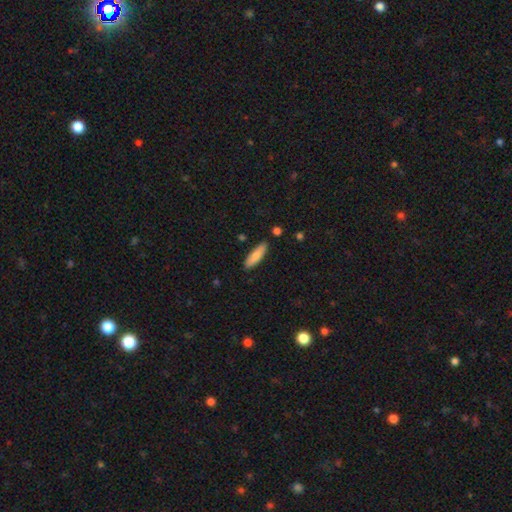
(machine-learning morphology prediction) smooth_or_featured: smooth (p=0.83) [alt: featured or disk p=0.11]
how_rounded: cigar-shaped (p=0.56) [alt: in between p=0.43]
merging: none (p=0.87) [alt: minor disturbance p=0.09]